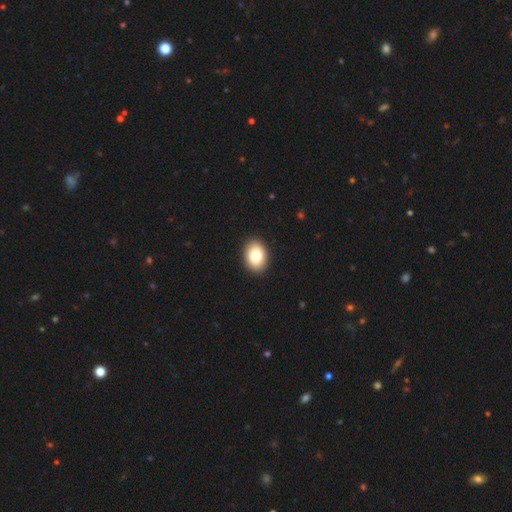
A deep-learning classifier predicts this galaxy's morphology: smooth-or-featured: smooth: 80% | featured or disk: 12% | star or artifact: 8%
  how-rounded: in between: 77% | round: 22% | cigar-shaped: 1%
  merging: none: 92% | minor disturbance: 6% | major disturbance: 2% | merger: 1%